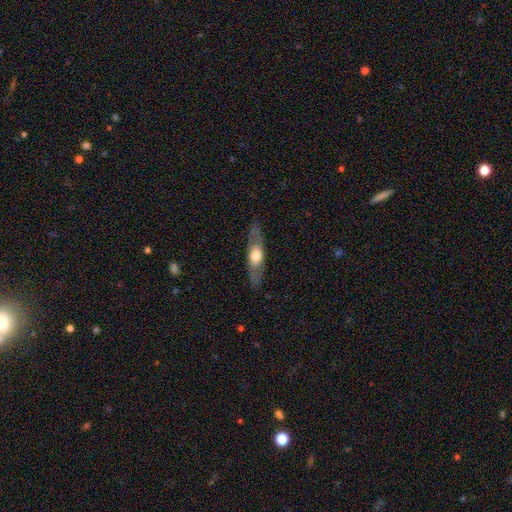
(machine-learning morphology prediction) smooth_or_featured: featured or disk (p=0.53) [alt: smooth p=0.42]
disk_edge_on: yes (p=0.61) [alt: no p=0.39]
merging: none (p=0.81) [alt: minor disturbance p=0.13]